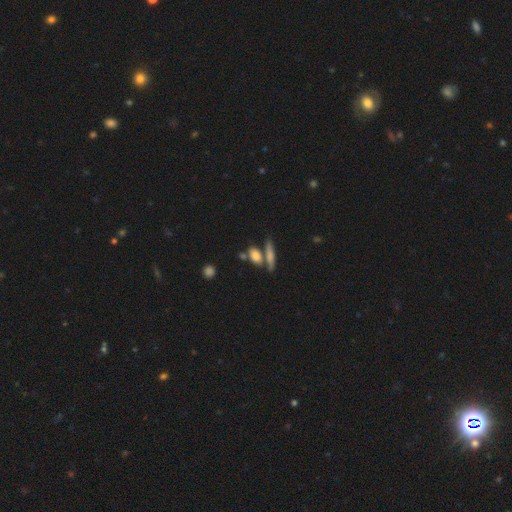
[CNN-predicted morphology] smooth 75%, featured or disk 16%, star or artifact 9%. Down the decision tree: how rounded — in between (58%); merging — none (52%).